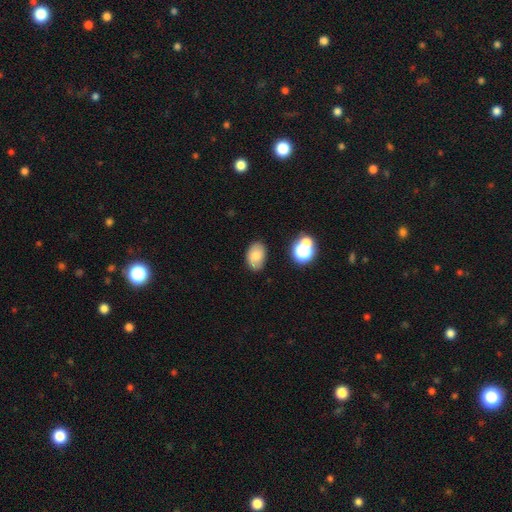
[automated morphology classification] A smooth galaxy with no disk features (76%) that is in between round and cigar-shaped (87%). Merging: none (78%).